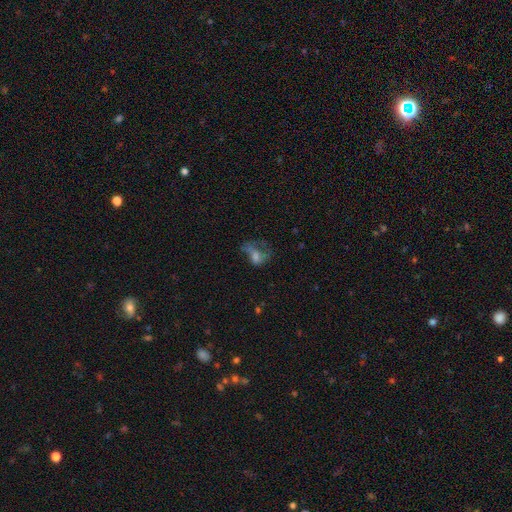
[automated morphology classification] smooth_or_featured: featured or disk (p=0.42) [alt: smooth p=0.38]
merging: major disturbance (p=0.49) [alt: none p=0.28]